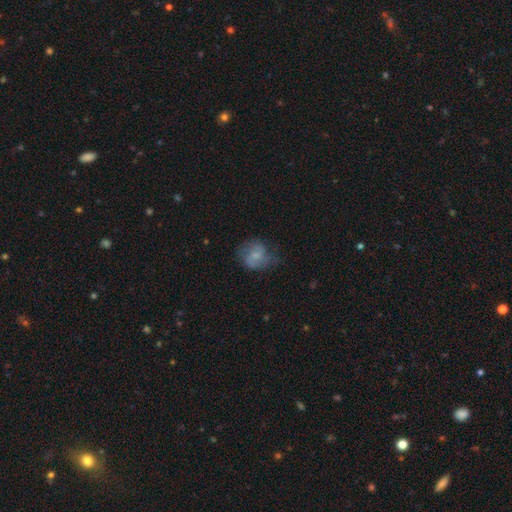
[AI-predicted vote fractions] Morphology: type=smooth (57%); roundness=round (69%); merging=none (56%).